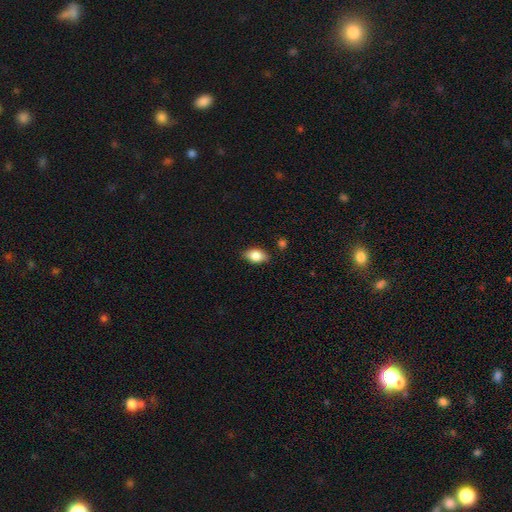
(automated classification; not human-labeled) Smooth or featured?
  - smooth: 82% *
  - featured or disk: 11%
  - star or artifact: 8%
How rounded?
  - in between: 88% *
  - round: 9%
  - cigar-shaped: 3%
Merging?
  - none: 82% *
  - minor disturbance: 14%
  - major disturbance: 3%
  - merger: 2%